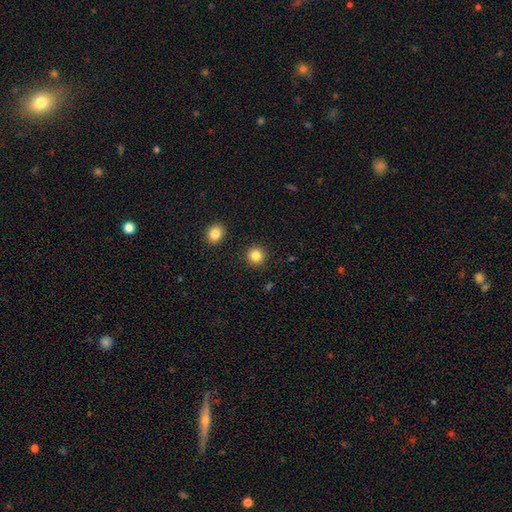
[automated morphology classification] The model was most divided on "smooth or featured": smooth: 85%, star or artifact: 11%, featured or disk: 4%. More confident: how rounded — round (92%); merging — none (91%).